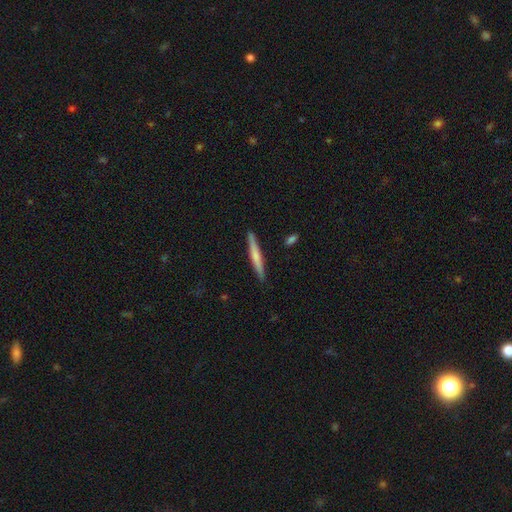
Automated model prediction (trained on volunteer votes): smooth 58%, featured or disk 37%, star or artifact 5%. Down the decision tree: how rounded — cigar-shaped (96%); merging — none (90%).